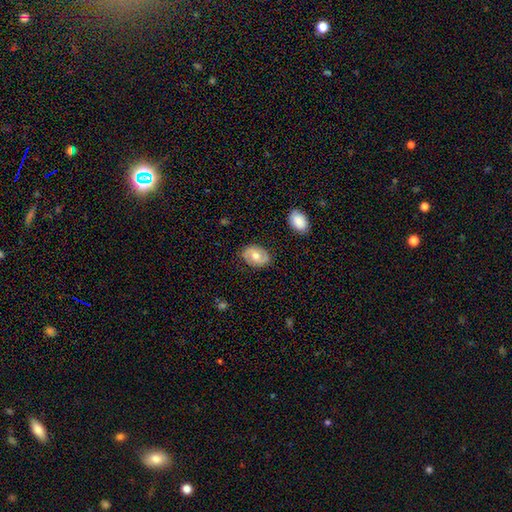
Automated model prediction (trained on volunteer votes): Smooth or featured? Predicted: featured or disk (p=0.55). Edge-on disk? Predicted: no (p=0.96). Bar? Predicted: no (p=0.58). Spiral arms? Predicted: yes (p=0.71). Bulge size? Predicted: moderate (p=0.78). Merging? Predicted: none (p=0.83).